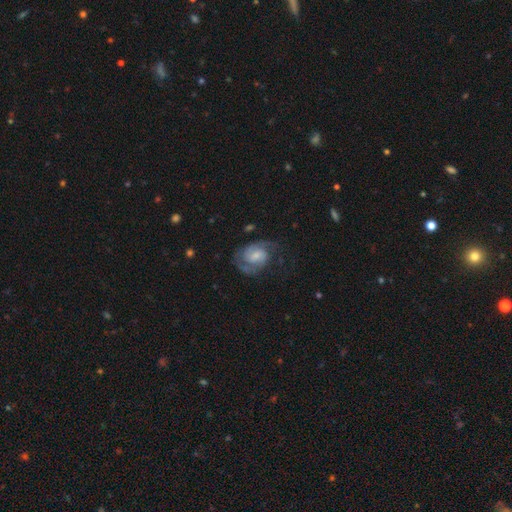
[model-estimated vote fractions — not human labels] A featured or disk galaxy (76%) with no bar (46%), 2 (77%) medium (47%) spiral arms (92%) and a small central bulge (44%). Merging: none (58%).